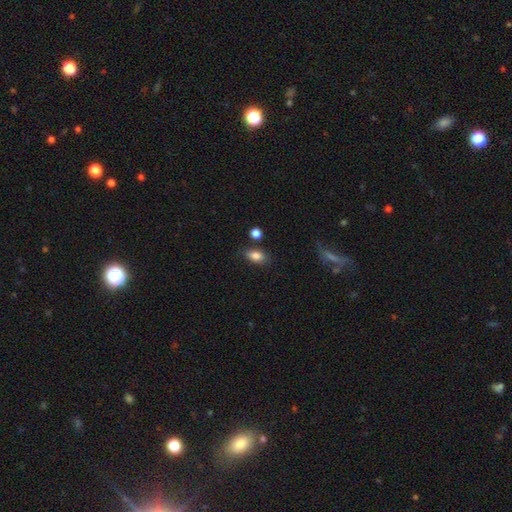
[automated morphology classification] Smooth or featured? smooth (84%)
How rounded? in between (86%)
Merging? none (79%)